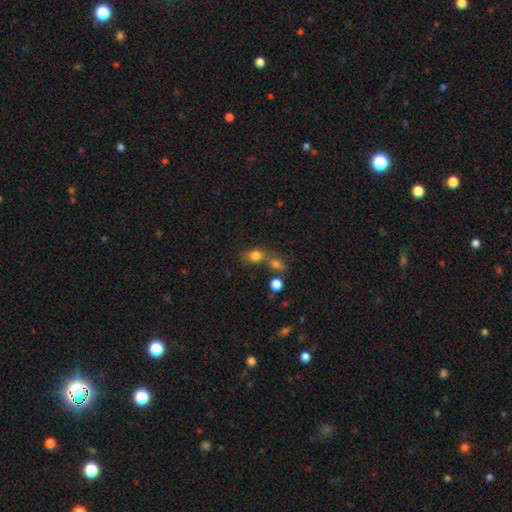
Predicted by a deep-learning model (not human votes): smooth-or-featured: smooth: 79% | star or artifact: 13% | featured or disk: 8%
  how-rounded: in between: 53% | round: 46% | cigar-shaped: 2%
  merging: none: 48% | merger: 35% | minor disturbance: 11% | major disturbance: 5%